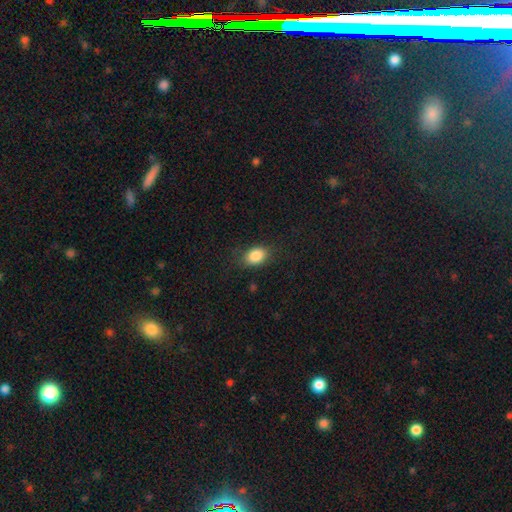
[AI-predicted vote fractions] Smooth or featured?
  - smooth: 86% *
  - star or artifact: 8%
  - featured or disk: 6%
How rounded?
  - in between: 77% *
  - round: 21%
  - cigar-shaped: 1%
Merging?
  - none: 80% *
  - minor disturbance: 15%
  - major disturbance: 5%
  - merger: 1%